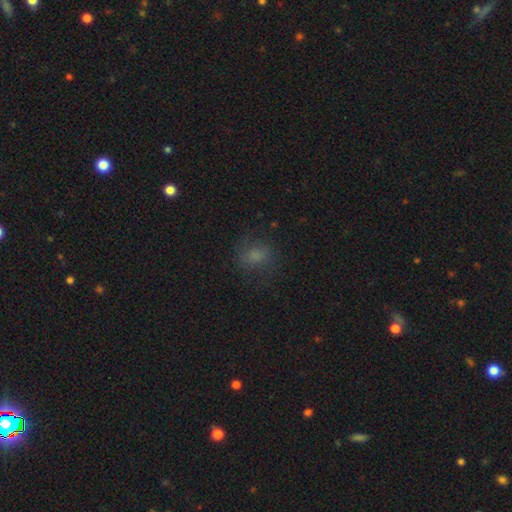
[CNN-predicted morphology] Smooth or featured? smooth (66%)
How rounded? round (56%)
Merging? none (70%)